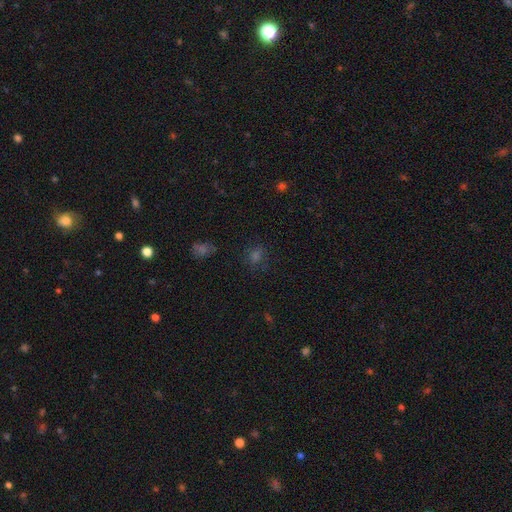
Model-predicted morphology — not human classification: type=smooth (54%); roundness=round (68%); merging=none (80%).